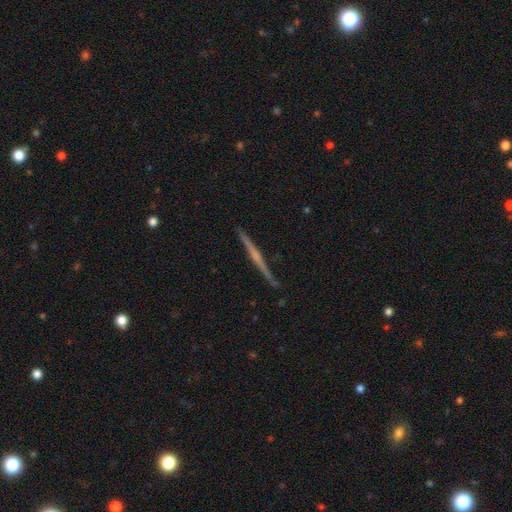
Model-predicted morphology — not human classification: Smooth or featured: featured or disk — 75% (smooth — 19%)
Edge-on disk: yes — 98% (no — 2%)
Edge-on bulge: rounded — 46% (none — 42%)
Merging: none — 90% (minor disturbance — 7%)